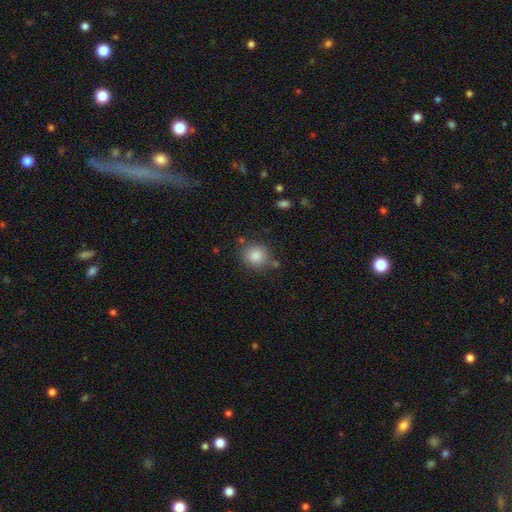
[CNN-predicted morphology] This is clearly a smooth galaxy (85%). How rounded: clearly round (85%). Merging: clearly none (80%).